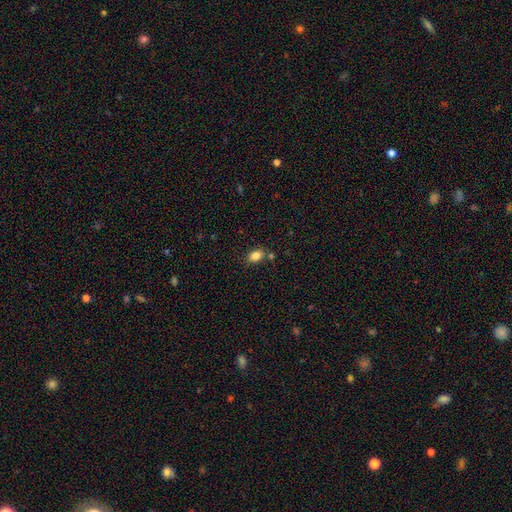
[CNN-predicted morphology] smooth_or_featured: smooth (p=0.84) [alt: star or artifact p=0.10]
how_rounded: in between (p=0.84) [alt: round p=0.15]
merging: none (p=0.75) [alt: minor disturbance p=0.13]